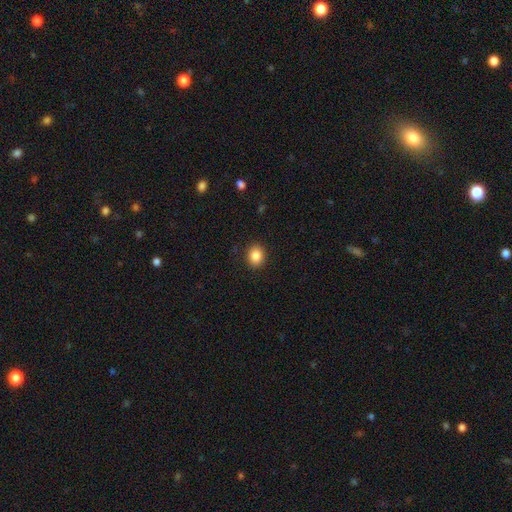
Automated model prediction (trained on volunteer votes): Overall: smooth (86%). How rounded: round (64%; in between 35%). Merging: none (90%).